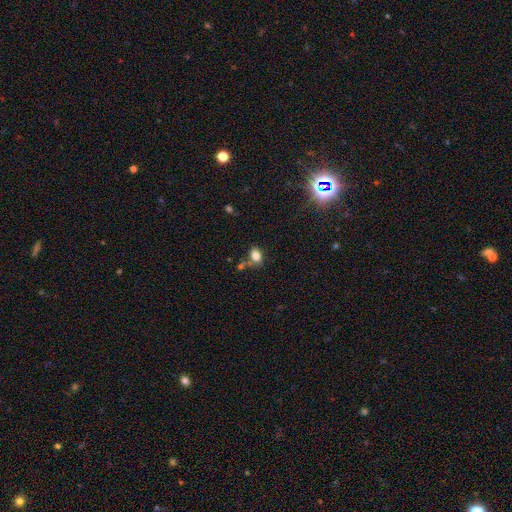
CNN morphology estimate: Q: Smooth or featured?
A: smooth (82%); runner-up: star or artifact (11%)
Q: How rounded?
A: in between (74%); runner-up: round (24%)
Q: Merging?
A: none (61%); runner-up: merger (18%)